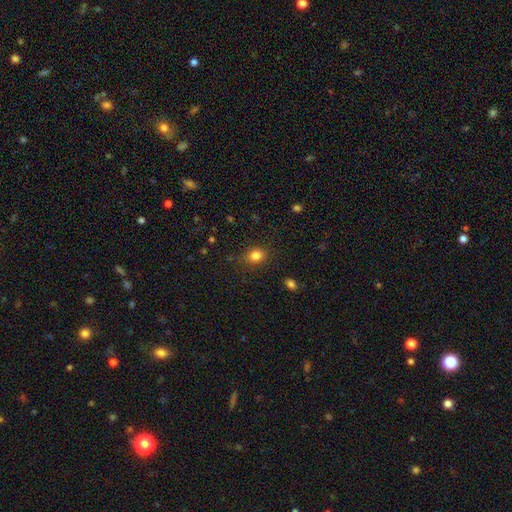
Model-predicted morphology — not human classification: smooth-or-featured: smooth: 83% | star or artifact: 12% | featured or disk: 5%
  how-rounded: round: 59% | in between: 40% | cigar-shaped: 1%
  merging: none: 83% | minor disturbance: 12% | major disturbance: 4% | merger: 1%